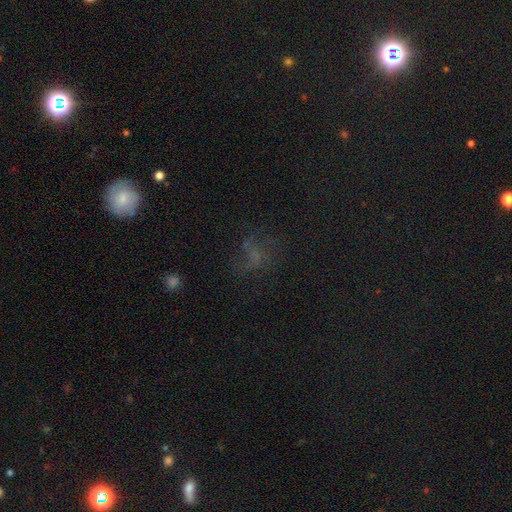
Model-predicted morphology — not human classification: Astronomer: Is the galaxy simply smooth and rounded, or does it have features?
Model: star or artifact — 37% (runner-up: smooth, 36%).